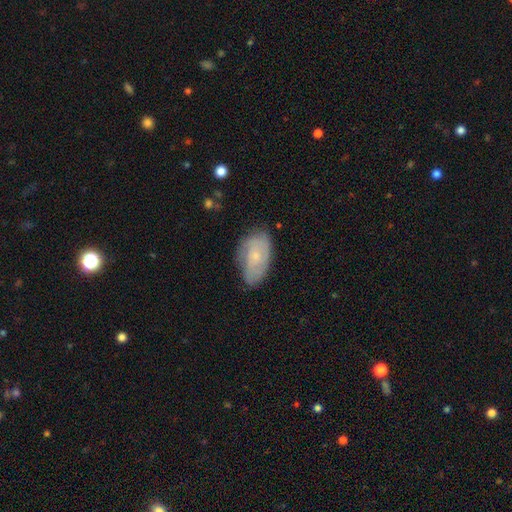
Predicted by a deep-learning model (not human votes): Overall: featured or disk (48%; smooth 45%). Merging: none (66%; minor disturbance 26%).